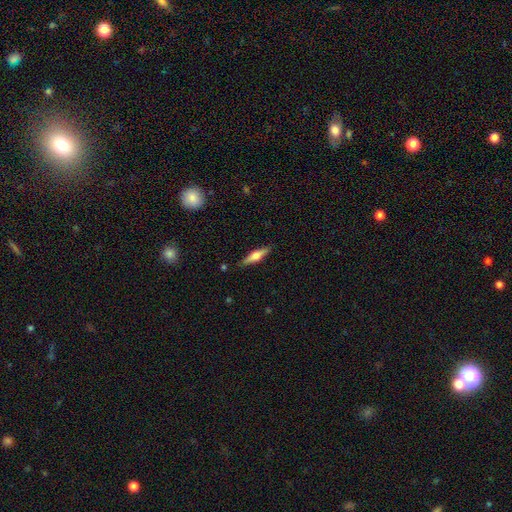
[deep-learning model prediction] This is possibly a featured or disk galaxy (53%). It is clearly viewed edge-on (95%). Merging: clearly none (87%).